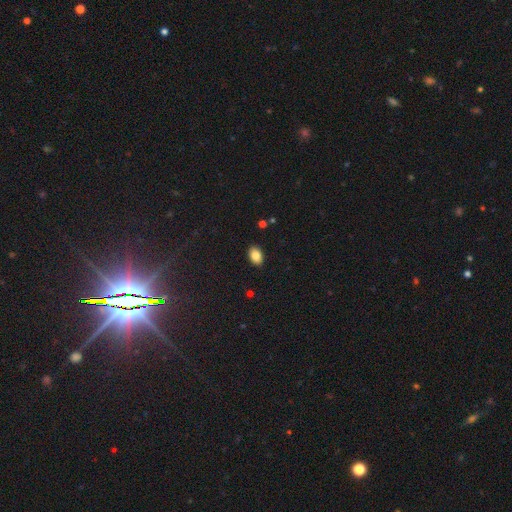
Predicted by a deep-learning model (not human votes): Overall: smooth (85%). How rounded: in between (88%). Merging: none (89%).